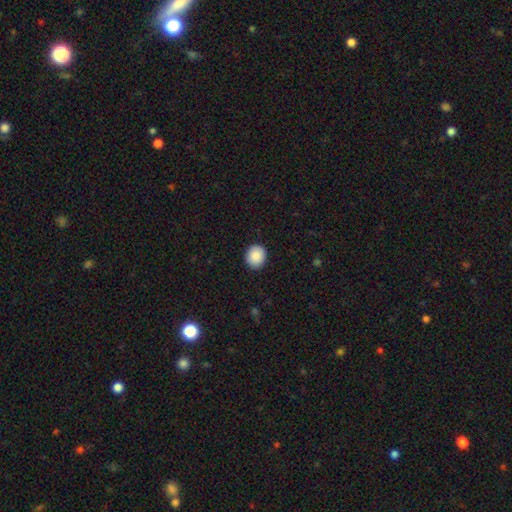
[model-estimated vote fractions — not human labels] Smooth or featured?
  - smooth: 89% *
  - star or artifact: 7%
  - featured or disk: 3%
How rounded?
  - round: 76% *
  - in between: 23%
  - cigar-shaped: 1%
Merging?
  - none: 90% *
  - minor disturbance: 7%
  - major disturbance: 2%
  - merger: 1%